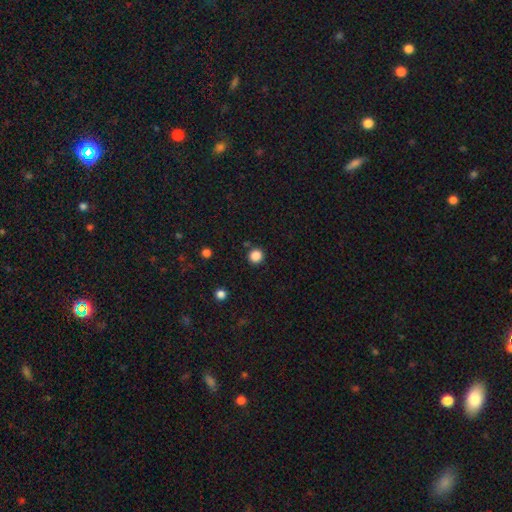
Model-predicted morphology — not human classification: A smooth galaxy with no disk features (86%) that is round (94%). Merging: none (90%).